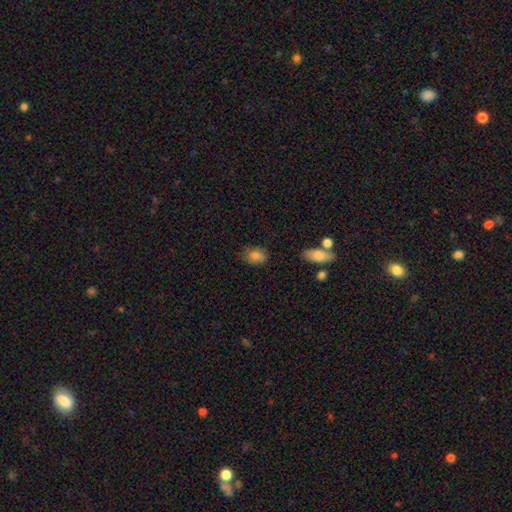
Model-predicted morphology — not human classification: This is clearly a smooth galaxy (82%). How rounded: likely in between (73%). Merging: likely none (74%).